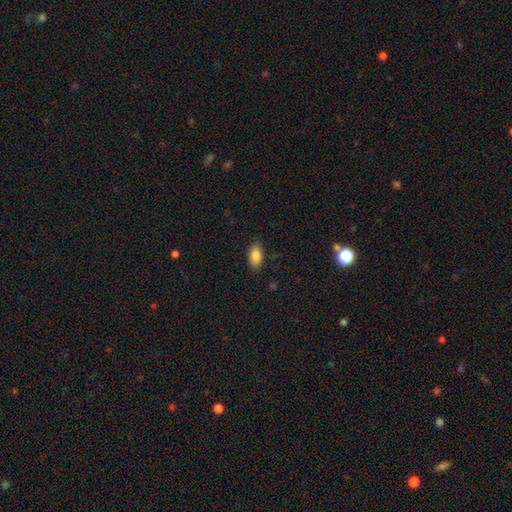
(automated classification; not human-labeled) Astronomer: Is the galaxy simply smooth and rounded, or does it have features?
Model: smooth — 87%.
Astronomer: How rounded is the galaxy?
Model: in between — 92%.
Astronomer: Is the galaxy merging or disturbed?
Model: none — 87%.